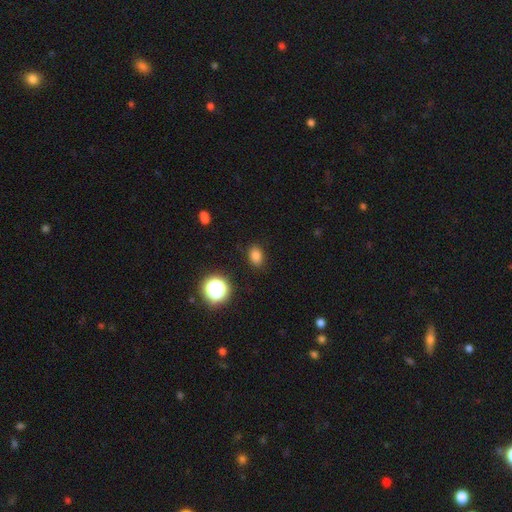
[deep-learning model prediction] Smooth or featured? Predicted: smooth (p=0.80). How rounded? Predicted: in between (p=0.68). Merging? Predicted: none (p=0.88).